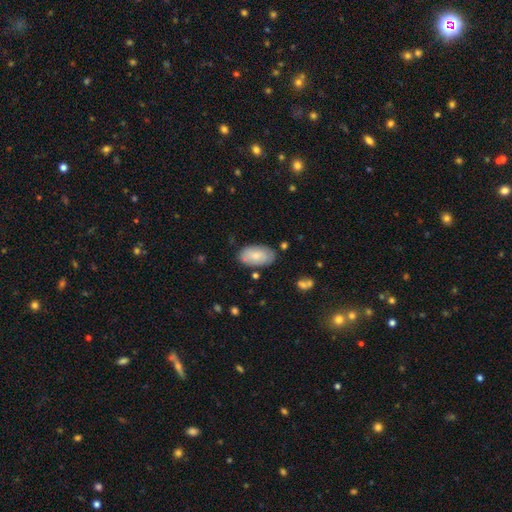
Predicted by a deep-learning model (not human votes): A smooth galaxy with no disk features (75%) that is in between round and cigar-shaped (94%).

Vote fractions:
- Smooth or featured? smooth: 75% / featured or disk: 19% / star or artifact: 6%
- How rounded? in between: 94% / round: 4% / cigar-shaped: 2%
- Merging? none: 78% / minor disturbance: 16% / major disturbance: 3% / merger: 3%